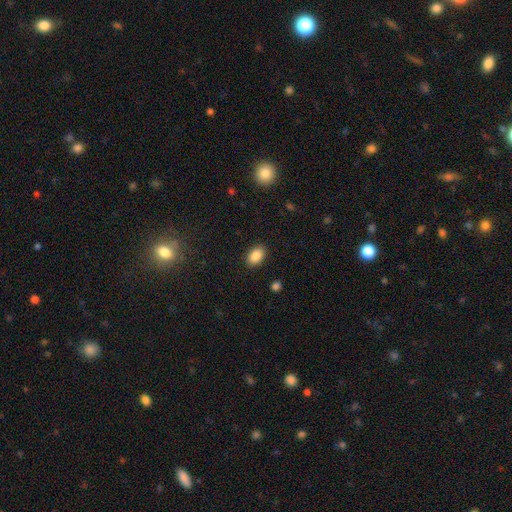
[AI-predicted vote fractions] Smooth or featured?
  - smooth: 87% *
  - star or artifact: 8%
  - featured or disk: 5%
How rounded?
  - in between: 89% *
  - round: 10%
  - cigar-shaped: 1%
Merging?
  - none: 88% *
  - minor disturbance: 8%
  - major disturbance: 2%
  - merger: 1%